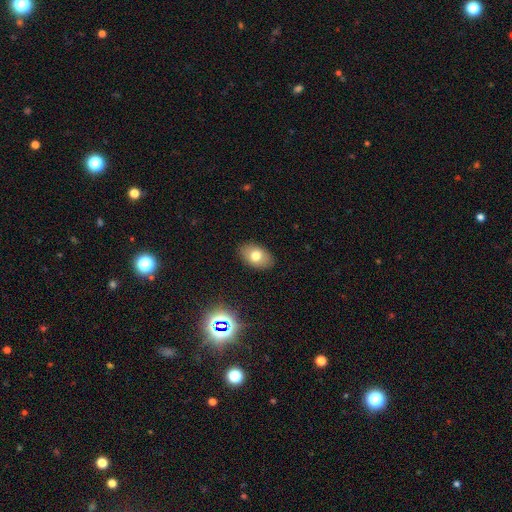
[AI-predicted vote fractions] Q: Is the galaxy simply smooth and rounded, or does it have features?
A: smooth — 74%.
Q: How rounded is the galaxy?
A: in between — 88%.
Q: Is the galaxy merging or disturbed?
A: none — 87%.